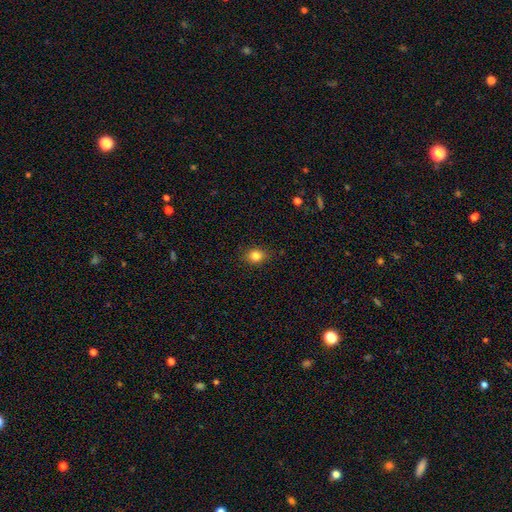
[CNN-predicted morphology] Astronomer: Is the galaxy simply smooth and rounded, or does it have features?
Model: smooth — 84%.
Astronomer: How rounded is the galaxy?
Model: round — 57% (runner-up: in between, 42%).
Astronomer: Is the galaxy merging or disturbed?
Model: none — 86%.